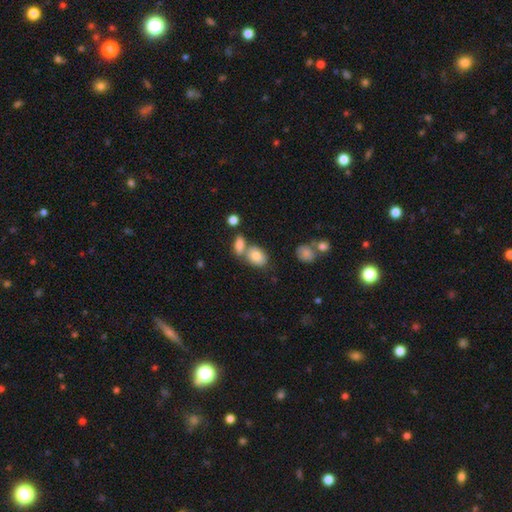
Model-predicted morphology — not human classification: Smooth or featured? smooth (78%)
How rounded? in between (76%)
Merging? none (48%)